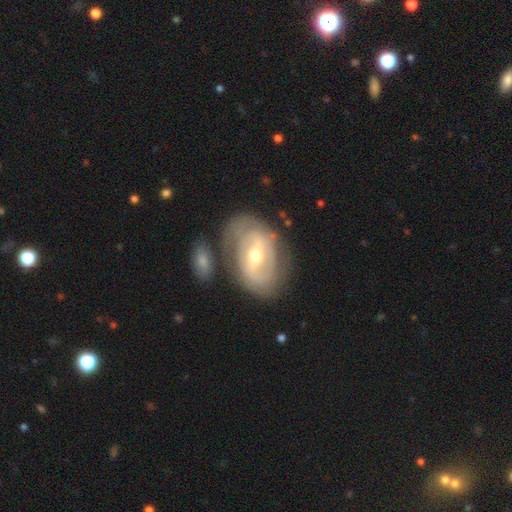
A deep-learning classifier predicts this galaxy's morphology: This is likely a featured or disk galaxy (79%). It is clearly not viewed edge-on (95%). Bar: marginally weak (44%). Spiral arm pattern: likely yes (79%). Spiral arm count: likely 2 (62%). Spiral winding: possibly tight (49%). Central bulge: likely moderate (62%). Merging: likely none (67%).